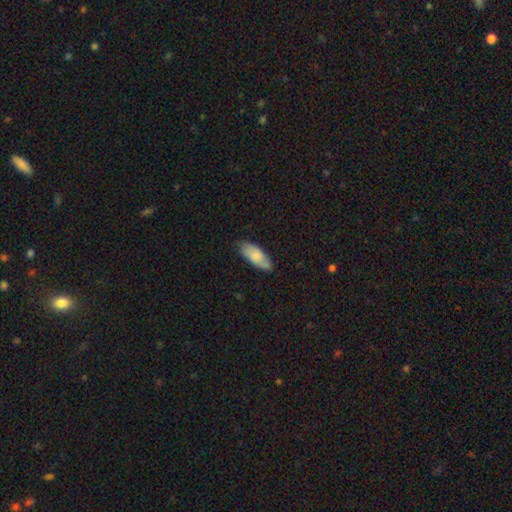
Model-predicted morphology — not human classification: This is likely a smooth galaxy (74%). How rounded: clearly in between (81%). Merging: likely none (78%).